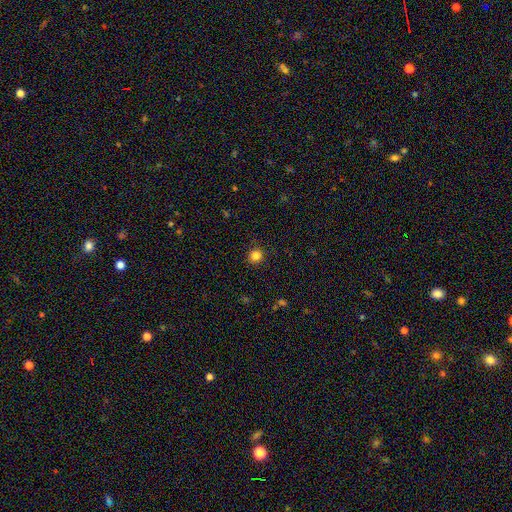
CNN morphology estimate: Overall: smooth (84%). How rounded: round (93%). Merging: none (90%).